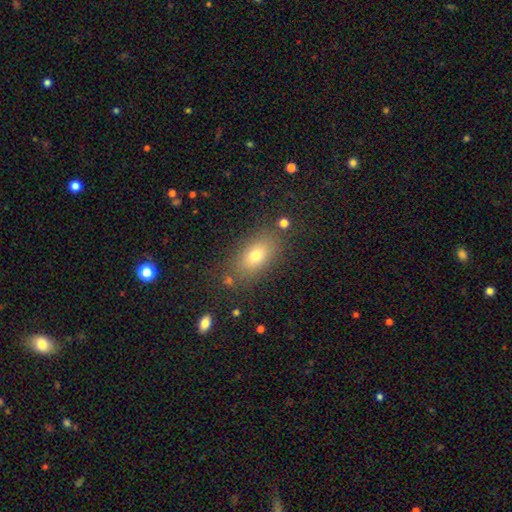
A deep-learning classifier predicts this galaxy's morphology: smooth 74%, featured or disk 14%, star or artifact 12%. Down the decision tree: how rounded — in between (83%); merging — none (80%).